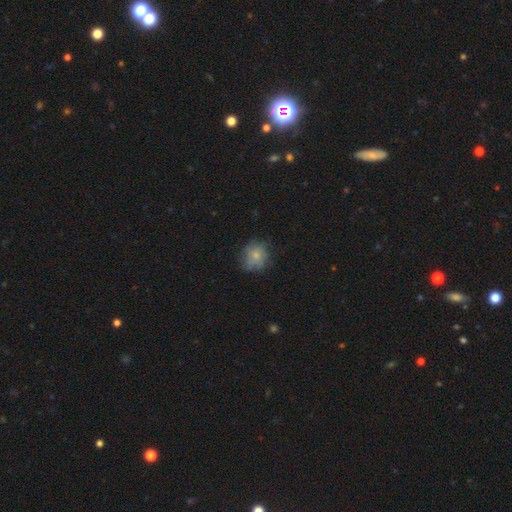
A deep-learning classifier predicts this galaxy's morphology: smooth 70%, featured or disk 21%, star or artifact 9%. Down the decision tree: how rounded — round (79%); merging — none (70%).